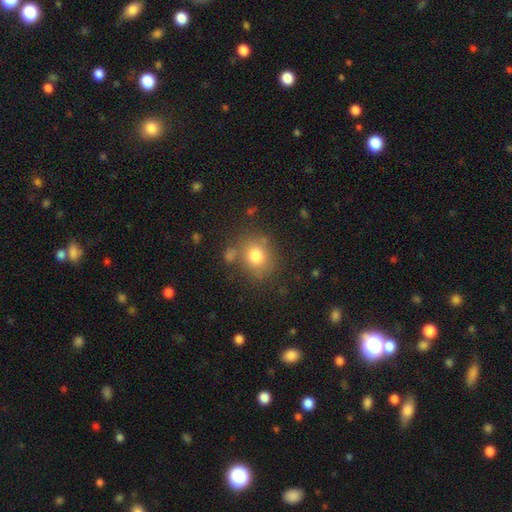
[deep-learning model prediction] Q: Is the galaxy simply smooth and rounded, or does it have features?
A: smooth — 78%.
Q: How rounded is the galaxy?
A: round — 70%.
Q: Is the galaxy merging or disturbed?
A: none — 69%.